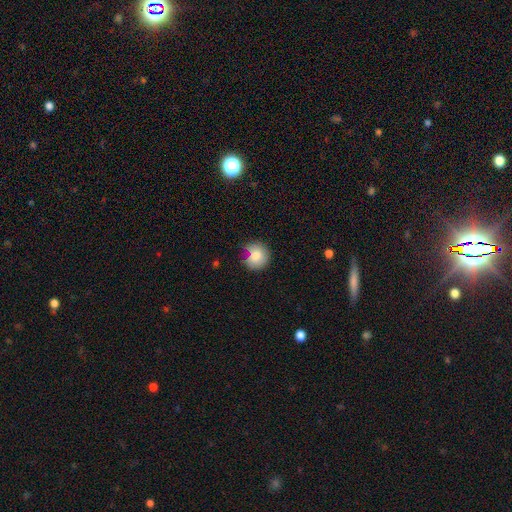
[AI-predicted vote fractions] Smooth or featured? smooth (80%)
How rounded? round (89%)
Merging? none (65%)